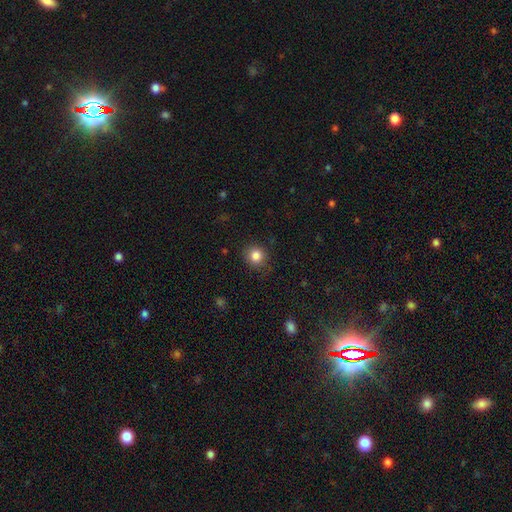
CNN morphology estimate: smooth_or_featured: smooth (p=0.84) [alt: star or artifact p=0.11]
how_rounded: round (p=0.89) [alt: in between p=0.10]
merging: none (p=0.87) [alt: minor disturbance p=0.09]